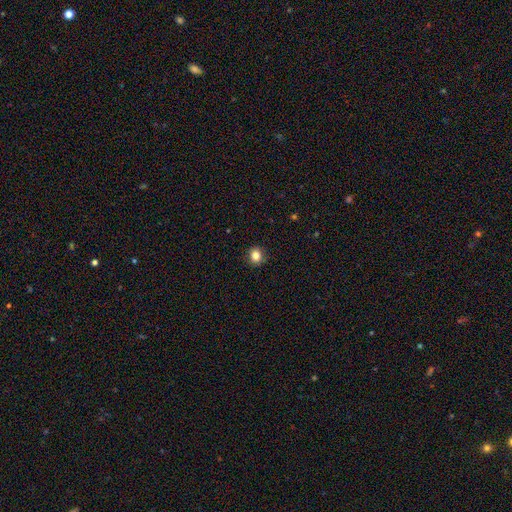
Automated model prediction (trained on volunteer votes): The model was most divided on "how rounded": round: 76%, in between: 23%, cigar-shaped: 1%. More confident: merging — none (90%); smooth or featured — smooth (84%).